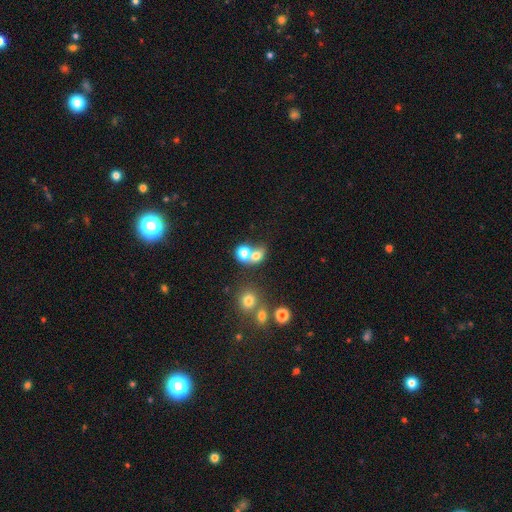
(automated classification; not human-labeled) This appears to be a smooth galaxy with no disk features (71%) that is round (57%). Merging: merger (57%).